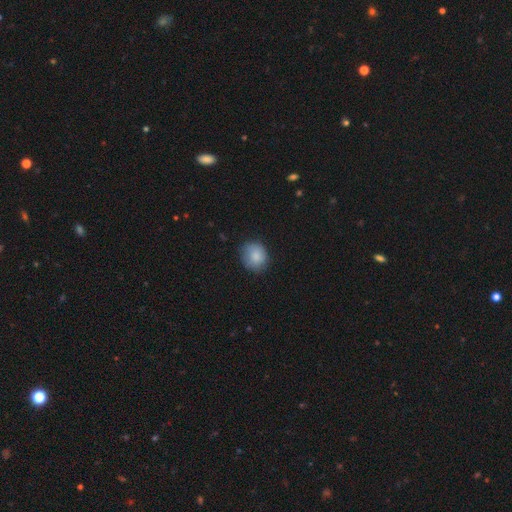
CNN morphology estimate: Smooth or featured? Predicted: smooth (p=0.84). How rounded? Predicted: round (p=0.73). Merging? Predicted: none (p=0.74).